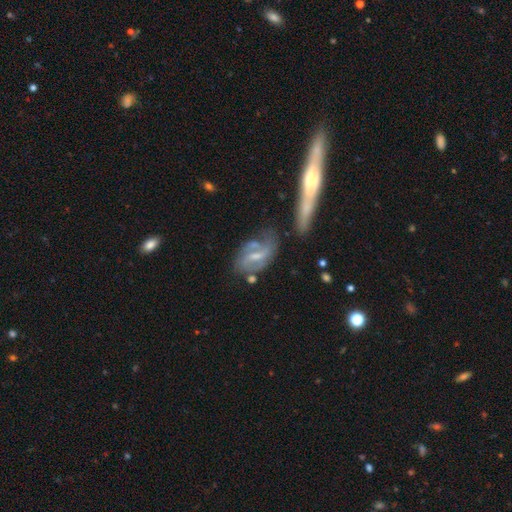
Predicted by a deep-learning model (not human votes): Smooth or featured?
  - featured or disk: 73% *
  - smooth: 19%
  - star or artifact: 7%
Edge-on disk?
  - no: 93% *
  - yes: 7%
Bar?
  - weak: 51% *
  - strong: 26%
  - no: 23%
Spiral arms?
  - yes: 83% *
  - no: 17%
Spiral winding?
  - medium: 42% *
  - loose: 38%
  - tight: 19%
Spiral arm count?
  - 2: 70% *
  - can't tell: 15%
  - 1: 8%
  - 3: 4%
  - 4: 2%
  - more than 4: 1%
Bulge size?
  - small: 46% *
  - moderate: 35%
  - none: 15%
  - large: 3%
  - dominant: 1%
Merging?
  - none: 46% *
  - minor disturbance: 22%
  - major disturbance: 17%
  - merger: 14%